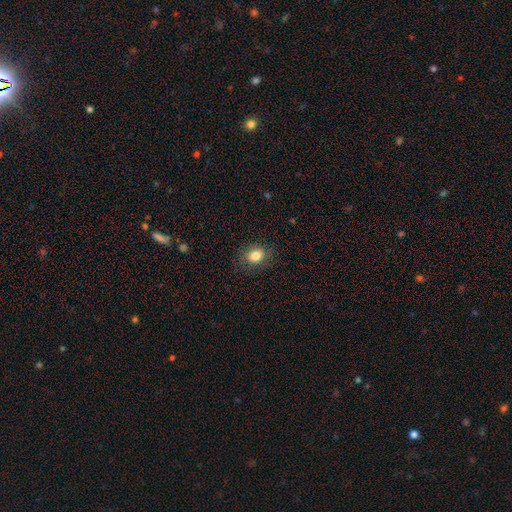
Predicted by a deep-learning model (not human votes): smooth-or-featured: smooth: 83% | star or artifact: 10% | featured or disk: 8%
  how-rounded: in between: 58% | round: 40% | cigar-shaped: 1%
  merging: none: 83% | minor disturbance: 12% | major disturbance: 4% | merger: 1%